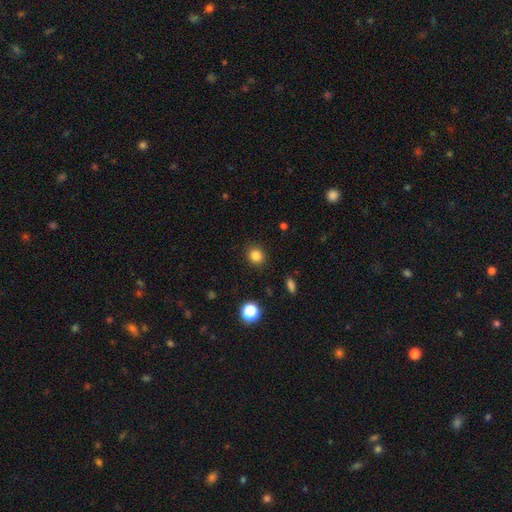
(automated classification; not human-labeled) This appears to be a smooth galaxy with no disk features (83%) that is round (80%). Merging: none (89%).